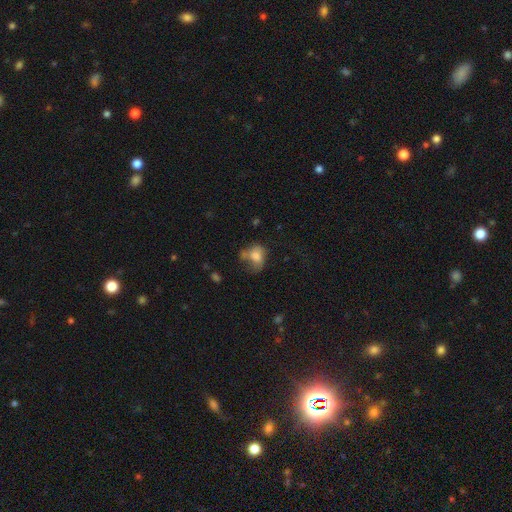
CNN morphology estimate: Smooth or featured: smooth — 68% (featured or disk — 21%)
How rounded: in between — 64% (round — 35%)
Merging: none — 30% (tied with major disturbance — 30%)